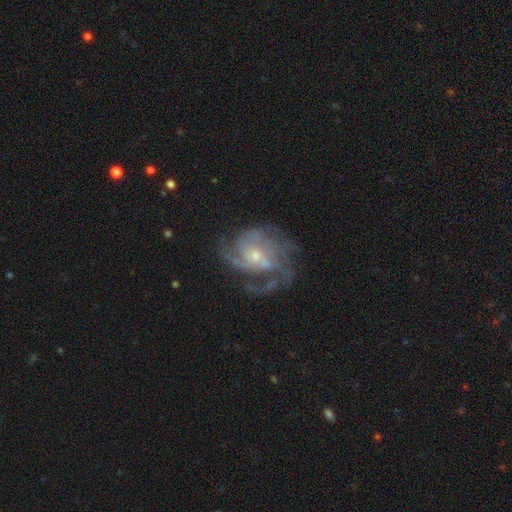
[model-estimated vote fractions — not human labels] smooth_or_featured: featured or disk (p=0.85) [alt: smooth p=0.08]
disk_edge_on: no (p=0.98) [alt: yes p=0.02]
bar: no (p=0.60) [alt: weak p=0.34]
has_spiral_arms: yes (p=0.94) [alt: no p=0.06]
spiral_winding: medium (p=0.44) [alt: tight p=0.42]
spiral_arm_count: 3 (p=0.31) [alt: can't tell p=0.26]
bulge_size: small (p=0.63) [alt: moderate p=0.31]
merging: none (p=0.55) [alt: major disturbance p=0.22]